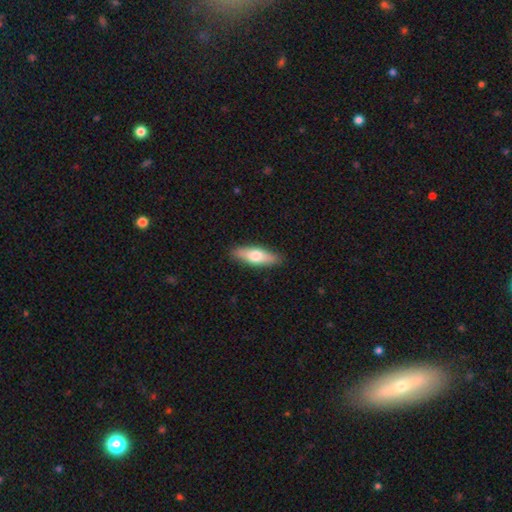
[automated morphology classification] A smooth galaxy with no disk features (65%) that is in between round and cigar-shaped (49%, tied with cigar-shaped). Merging: none (88%).